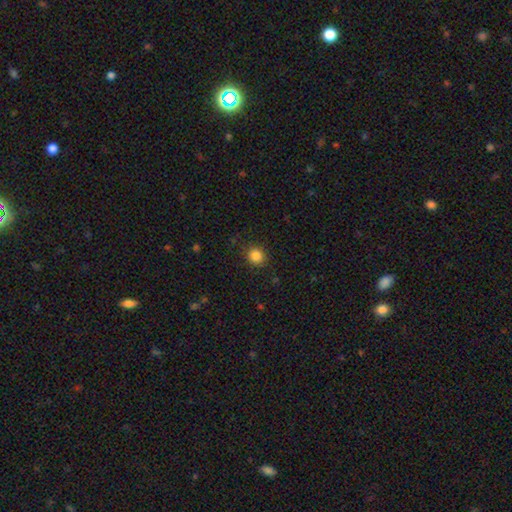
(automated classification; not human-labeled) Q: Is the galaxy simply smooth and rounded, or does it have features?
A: smooth — 85%.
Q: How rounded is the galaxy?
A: round — 84%.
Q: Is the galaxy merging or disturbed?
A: none — 88%.